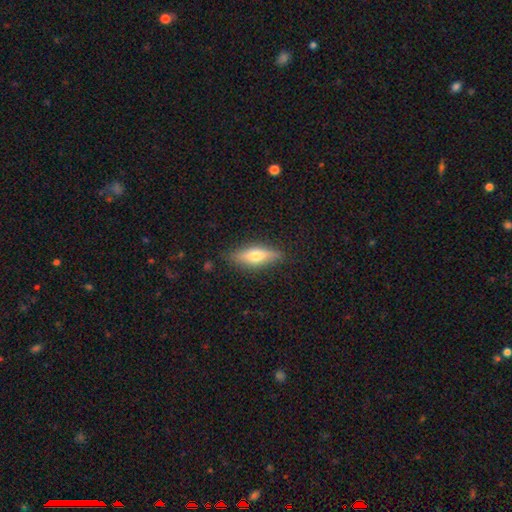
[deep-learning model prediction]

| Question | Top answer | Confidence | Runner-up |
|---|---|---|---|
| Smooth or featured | smooth | 51% | featured or disk (42%) |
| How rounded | cigar-shaped | 53% | in between (44%) |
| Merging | none | 84% | minor disturbance (12%) |